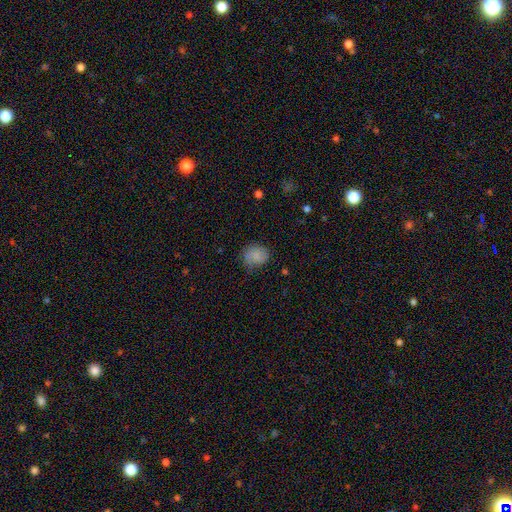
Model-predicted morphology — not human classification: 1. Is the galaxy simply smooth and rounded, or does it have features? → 79% smooth, 12% featured or disk, 9% star or artifact.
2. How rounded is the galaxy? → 65% round, 34% in between, 1% cigar-shaped.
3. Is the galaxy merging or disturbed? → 62% none, 28% minor disturbance, 8% major disturbance, 2% merger.